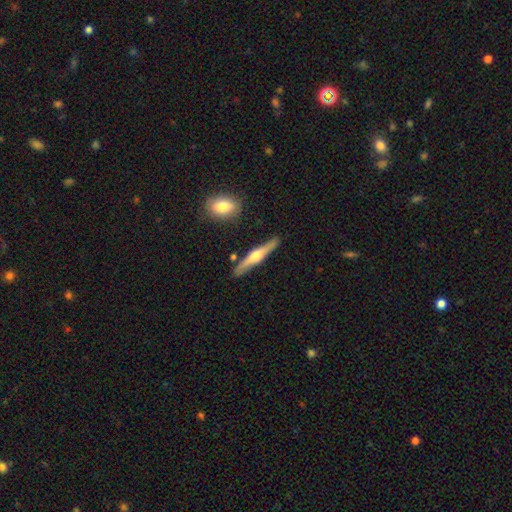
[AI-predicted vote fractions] A featured or disk galaxy (66%) viewed edge-on (97%) with a rounded central bulge (88%). Merging: none (86%).